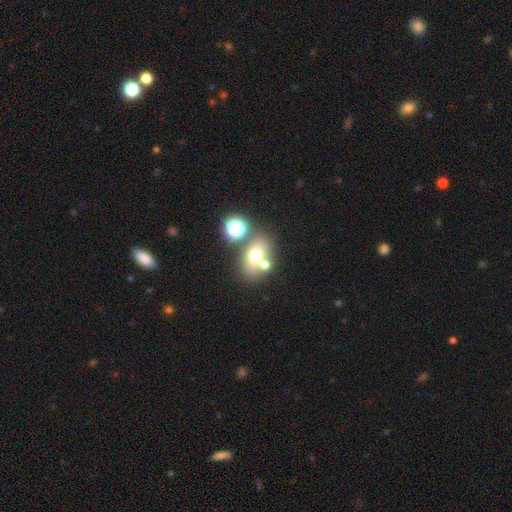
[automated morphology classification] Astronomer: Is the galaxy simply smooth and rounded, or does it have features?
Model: smooth — 64%.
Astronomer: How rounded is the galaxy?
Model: in between — 63%.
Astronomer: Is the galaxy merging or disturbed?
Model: none — 58%.